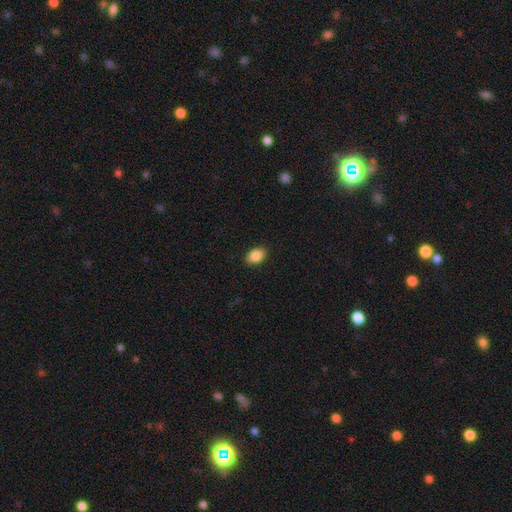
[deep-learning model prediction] smooth 87%, star or artifact 8%, featured or disk 5%. Down the decision tree: how rounded — in between (80%); merging — none (89%).